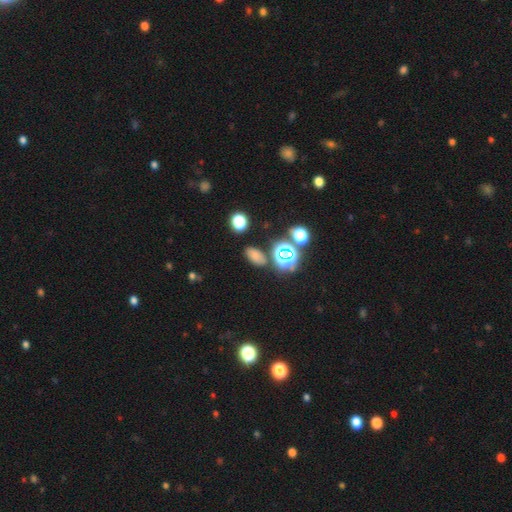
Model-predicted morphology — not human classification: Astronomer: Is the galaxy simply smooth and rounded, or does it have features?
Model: smooth — 63%.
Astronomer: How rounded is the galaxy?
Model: in between — 83%.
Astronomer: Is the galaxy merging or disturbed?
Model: none — 77%.